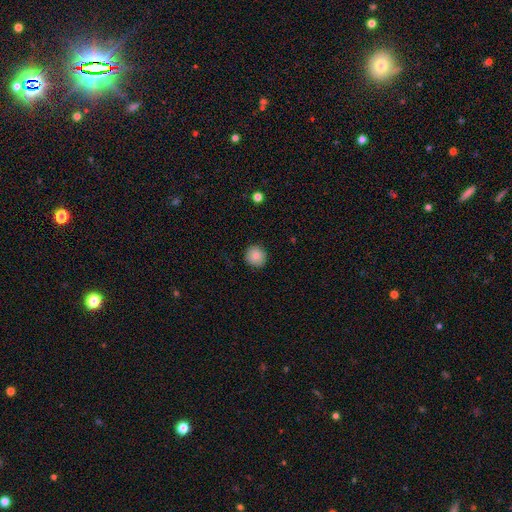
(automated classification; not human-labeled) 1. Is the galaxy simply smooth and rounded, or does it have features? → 83% smooth, 8% featured or disk, 8% star or artifact.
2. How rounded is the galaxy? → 93% round, 6% in between, 1% cigar-shaped.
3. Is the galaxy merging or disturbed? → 89% none, 9% minor disturbance, 2% major disturbance, 1% merger.